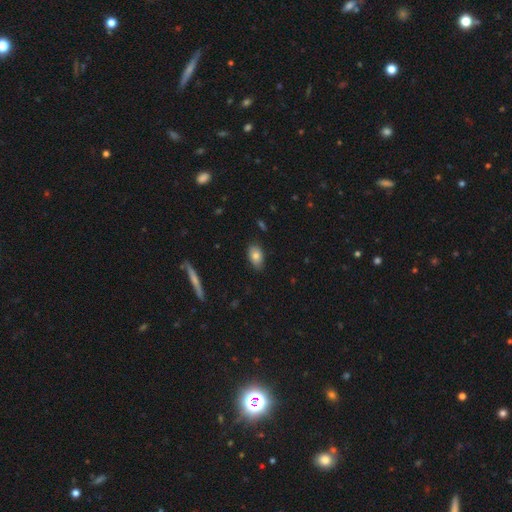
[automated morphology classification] Smooth or featured? Predicted: smooth (p=0.77). How rounded? Predicted: in between (p=0.89). Merging? Predicted: none (p=0.80).